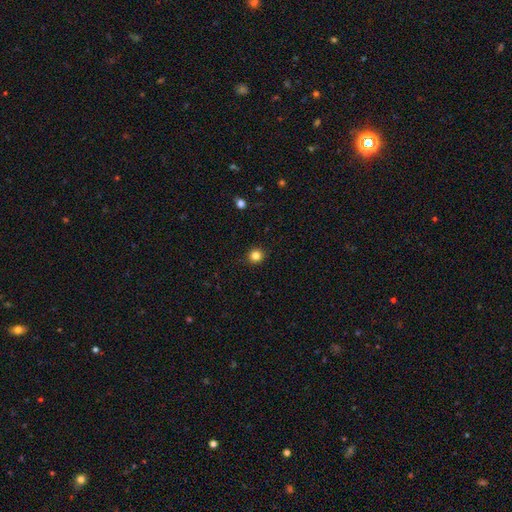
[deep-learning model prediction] Overall: smooth (83%). How rounded: round (92%). Merging: none (92%).